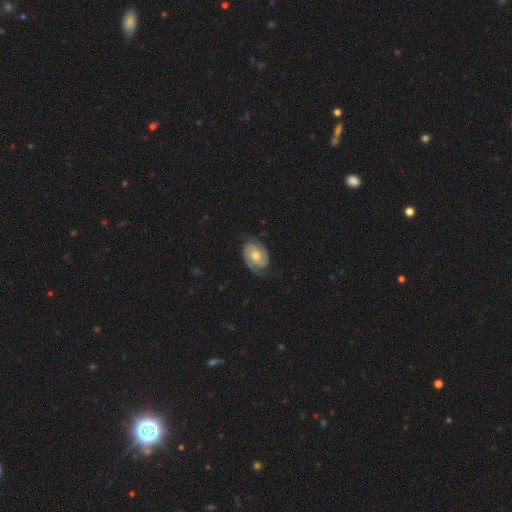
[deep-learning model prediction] smooth_or_featured: featured or disk (p=0.78) [alt: smooth p=0.17]
disk_edge_on: no (p=0.97) [alt: yes p=0.03]
bar: no (p=0.70) [alt: weak p=0.25]
has_spiral_arms: yes (p=0.95) [alt: no p=0.05]
spiral_winding: tight (p=0.51) [alt: medium p=0.35]
spiral_arm_count: 2 (p=0.84) [alt: can't tell p=0.08]
bulge_size: moderate (p=0.62) [alt: small p=0.30]
merging: none (p=0.73) [alt: minor disturbance p=0.18]